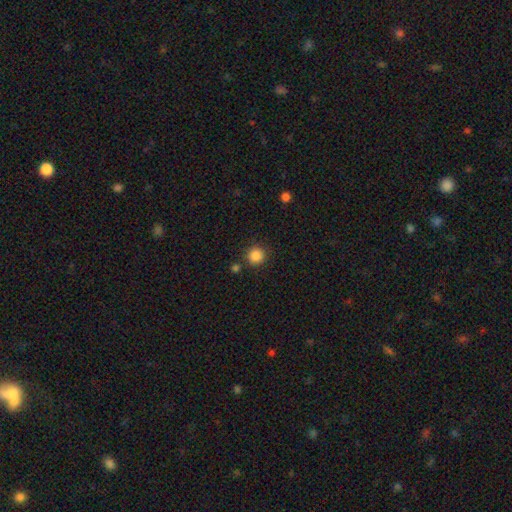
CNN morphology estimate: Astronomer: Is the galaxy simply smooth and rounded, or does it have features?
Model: smooth — 86%.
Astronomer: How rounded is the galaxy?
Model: round — 94%.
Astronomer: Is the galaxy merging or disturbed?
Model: none — 87%.